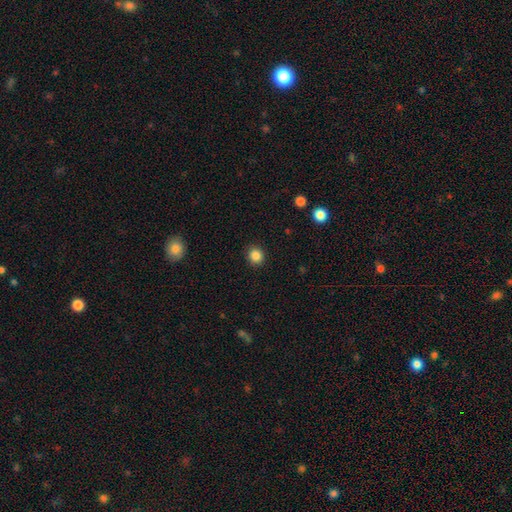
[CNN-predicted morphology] smooth-or-featured: smooth: 85% | star or artifact: 11% | featured or disk: 4%
  how-rounded: round: 85% | in between: 14% | cigar-shaped: 1%
  merging: none: 91% | minor disturbance: 6% | major disturbance: 2% | merger: 1%